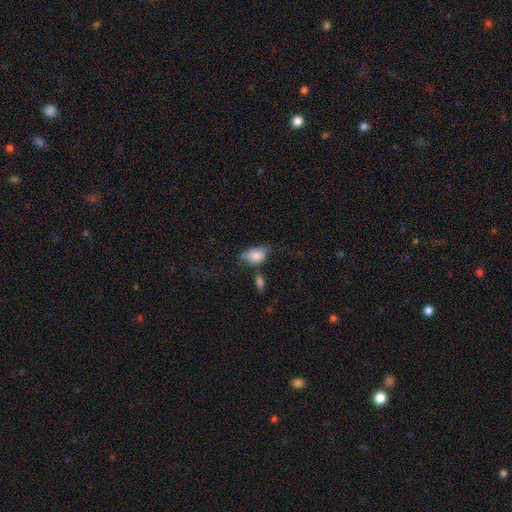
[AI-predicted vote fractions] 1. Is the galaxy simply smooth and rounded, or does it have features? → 79% smooth, 12% featured or disk, 8% star or artifact.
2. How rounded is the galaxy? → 85% in between, 12% round, 2% cigar-shaped.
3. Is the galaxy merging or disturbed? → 34% minor disturbance, 33% none, 19% major disturbance, 14% merger.